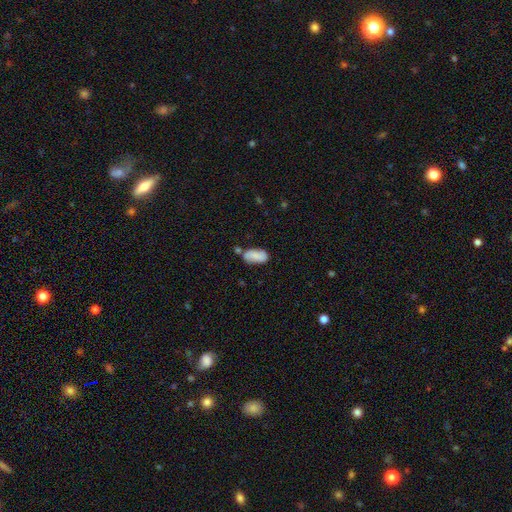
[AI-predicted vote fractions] smooth 71%, featured or disk 21%, star or artifact 8%. Down the decision tree: how rounded — in between (92%); merging — none (57%).